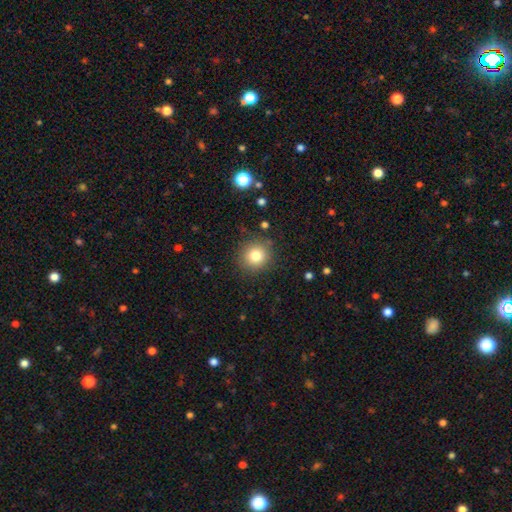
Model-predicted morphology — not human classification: This appears to be a smooth galaxy with no disk features (80%) that is round (91%). Merging: none (87%).